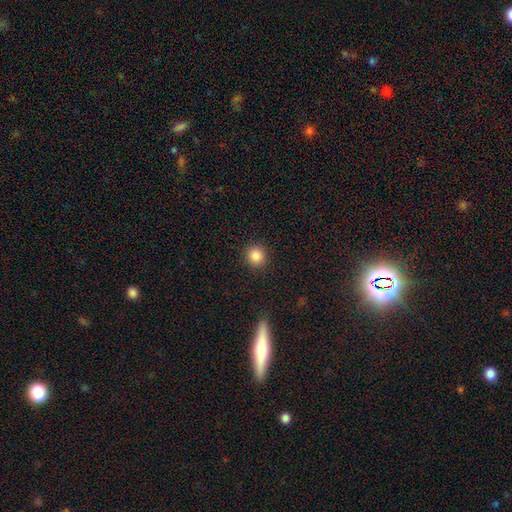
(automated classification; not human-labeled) smooth 86%, star or artifact 10%, featured or disk 4%. Down the decision tree: how rounded — round (92%); merging — none (91%).